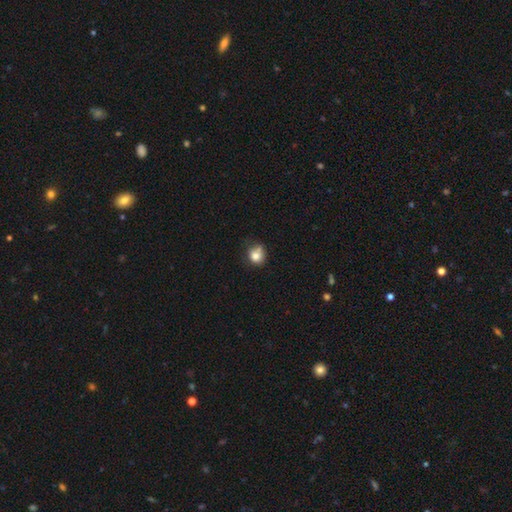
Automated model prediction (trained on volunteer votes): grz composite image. It shows a smooth galaxy with no disk features (79%) that is round (75%). Merging: none (50%).